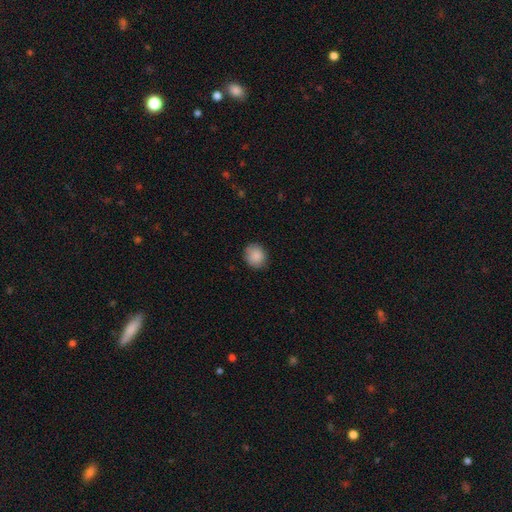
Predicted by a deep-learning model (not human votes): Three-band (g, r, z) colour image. It shows a smooth galaxy with no disk features (89%) that is round (76%). Merging: none (84%).